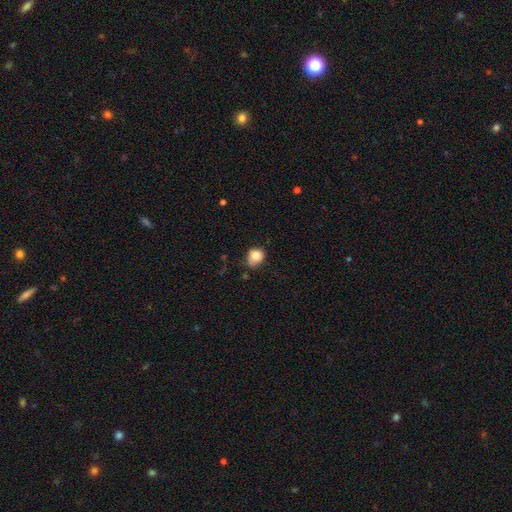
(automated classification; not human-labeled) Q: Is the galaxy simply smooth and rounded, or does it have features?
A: smooth — 83%.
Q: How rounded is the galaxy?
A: round — 65%.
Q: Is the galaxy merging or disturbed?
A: none — 52%.